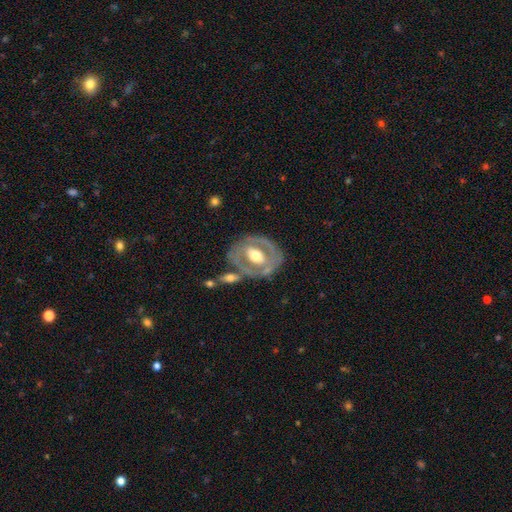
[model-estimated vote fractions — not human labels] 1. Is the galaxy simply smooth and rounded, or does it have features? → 70% featured or disk, 24% smooth, 5% star or artifact.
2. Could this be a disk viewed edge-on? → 93% no, 7% yes.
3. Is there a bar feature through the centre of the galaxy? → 41% no, 32% weak, 27% strong.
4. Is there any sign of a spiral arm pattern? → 66% no, 34% yes.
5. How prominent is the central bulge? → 67% moderate, 22% large, 9% small, 2% dominant, 1% none.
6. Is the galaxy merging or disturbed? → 65% none, 17% minor disturbance, 9% merger, 9% major disturbance.